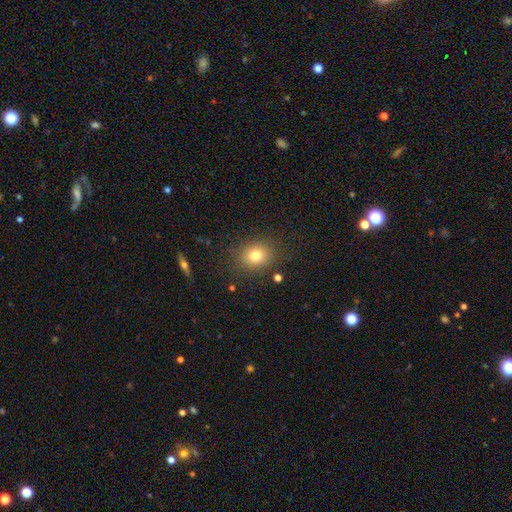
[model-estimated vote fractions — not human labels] The model was most divided on "how rounded": round: 68%, in between: 32%, cigar-shaped: 1%. More confident: merging — none (85%); smooth or featured — smooth (77%).